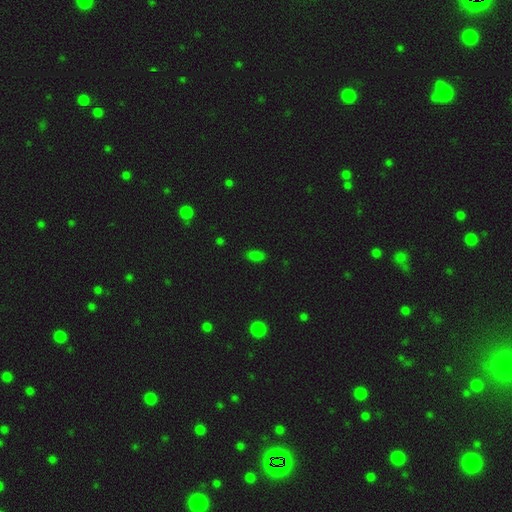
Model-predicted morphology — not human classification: smooth_or_featured: smooth (p=0.79) [alt: star or artifact p=0.17]
how_rounded: in between (p=0.90) [alt: round p=0.05]
merging: none (p=0.84) [alt: minor disturbance p=0.12]